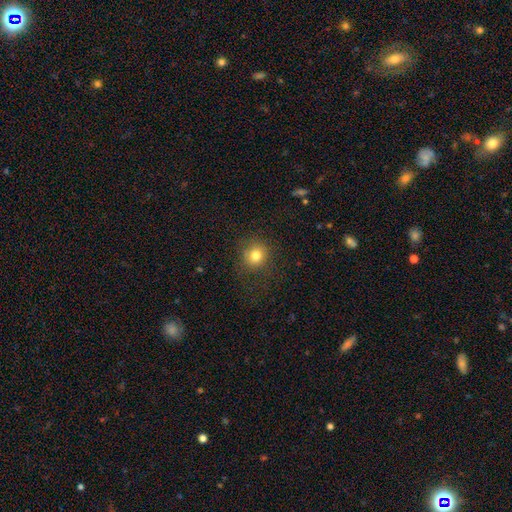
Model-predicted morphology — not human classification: Smooth or featured: smooth — 80% (star or artifact — 13%)
How rounded: round — 87% (in between — 12%)
Merging: none — 82% (minor disturbance — 11%)